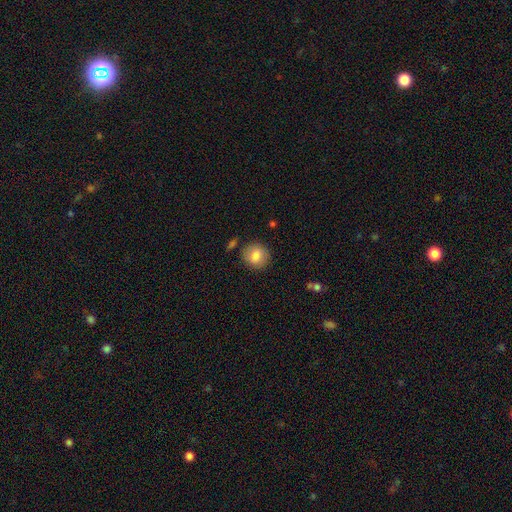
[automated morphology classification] Smooth or featured: smooth — 83% (featured or disk — 9%)
How rounded: round — 89% (in between — 10%)
Merging: none — 85% (minor disturbance — 9%)